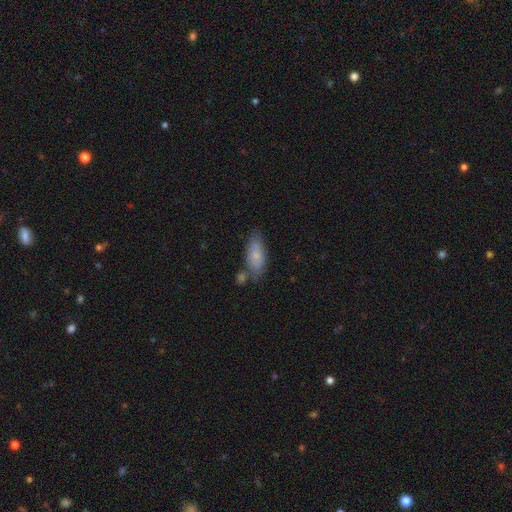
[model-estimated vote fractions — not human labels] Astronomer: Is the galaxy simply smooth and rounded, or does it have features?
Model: smooth — 72%.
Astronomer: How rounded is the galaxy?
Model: in between — 80%.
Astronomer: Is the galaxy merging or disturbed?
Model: none — 62%.